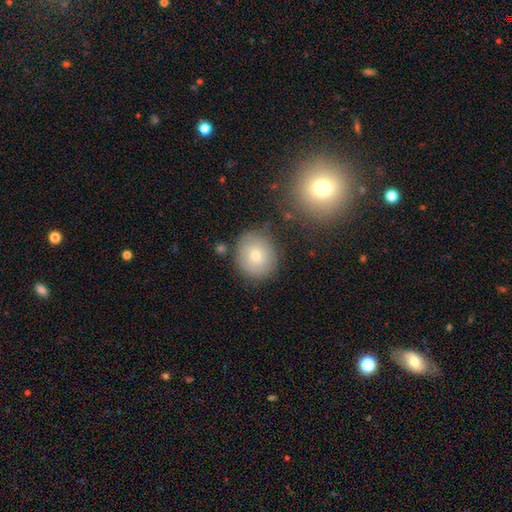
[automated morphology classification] Q: Smooth or featured?
A: smooth (70%); runner-up: featured or disk (21%)
Q: How rounded?
A: round (79%); runner-up: in between (20%)
Q: Merging?
A: none (78%); runner-up: minor disturbance (14%)